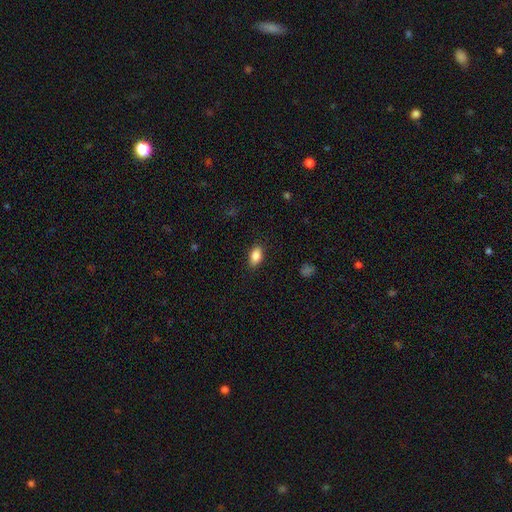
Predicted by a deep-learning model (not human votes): Morphology: type=smooth (86%); roundness=in between (90%); merging=none (87%).